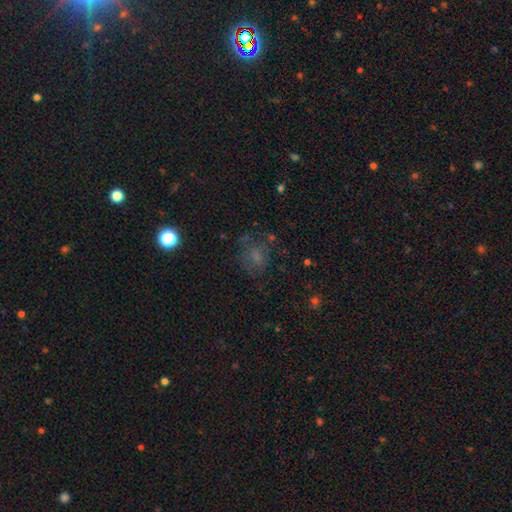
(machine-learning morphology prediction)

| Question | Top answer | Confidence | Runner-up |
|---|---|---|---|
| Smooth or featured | smooth | 54% | star or artifact (24%) |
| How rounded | round | 52% | in between (46%) |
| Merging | none | 57% | minor disturbance (21%) |